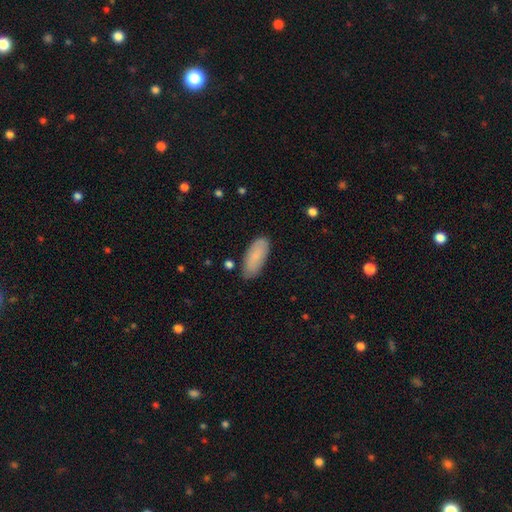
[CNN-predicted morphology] This is clearly a smooth galaxy (82%). How rounded: clearly in between (84%). Merging: clearly none (81%).